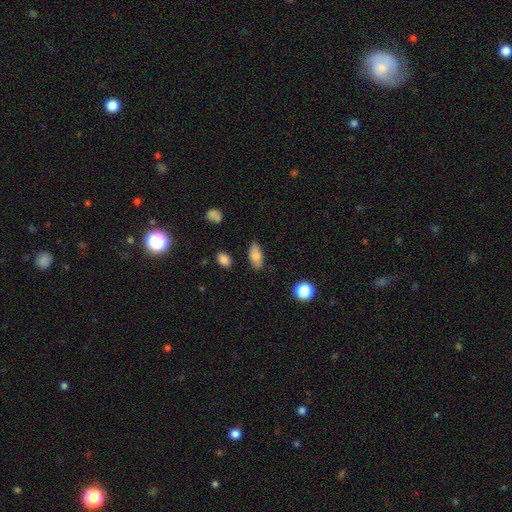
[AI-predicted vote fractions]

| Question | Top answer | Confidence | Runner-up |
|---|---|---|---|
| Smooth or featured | smooth | 78% | featured or disk (15%) |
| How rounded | in between | 89% | cigar-shaped (7%) |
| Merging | none | 82% | minor disturbance (13%) |